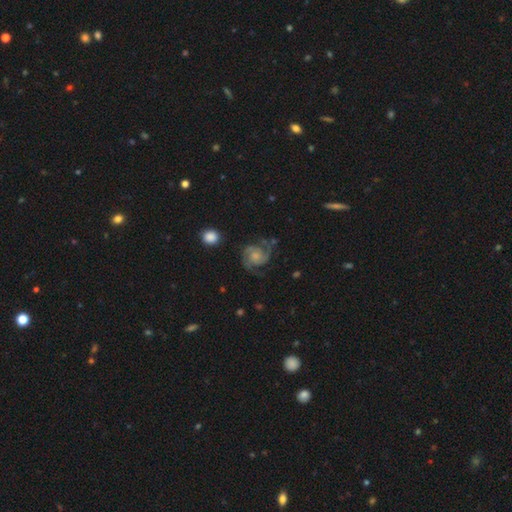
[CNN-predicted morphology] The model was most divided on "bulge size": moderate: 38%, small: 36%, none: 14%, large: 10%, dominant: 2%. More confident: edge-on disk — no (98%); spiral arms — yes (97%); smooth or featured — featured or disk (84%); bar — no (72%); spiral arm count — 2 (69%); merging — none (66%); spiral winding — medium (50%).